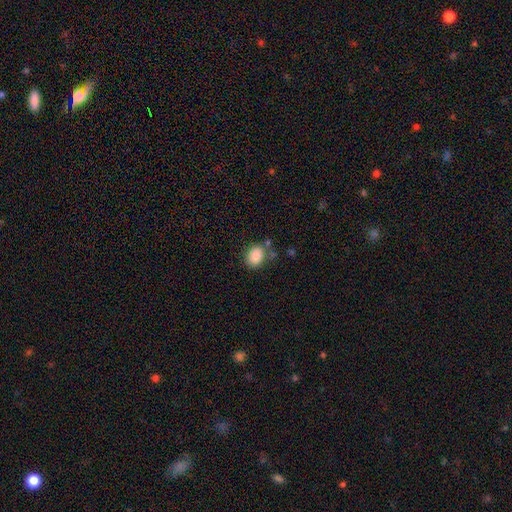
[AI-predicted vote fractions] This is clearly a smooth galaxy (85%). How rounded: possibly in between (52%). Merging: likely none (72%).